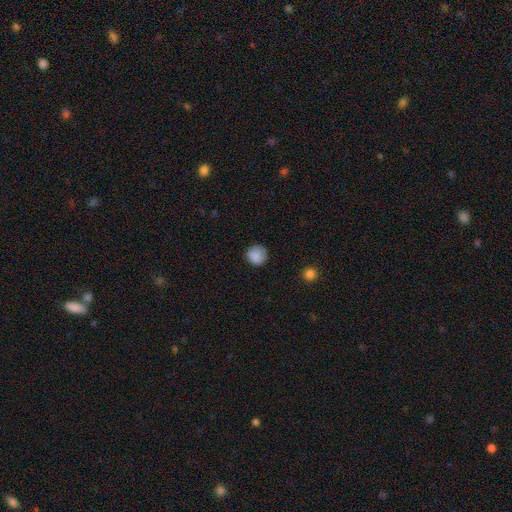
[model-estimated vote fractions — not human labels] Smooth or featured: smooth — 87% (star or artifact — 9%)
How rounded: round — 91% (in between — 8%)
Merging: none — 82% (minor disturbance — 14%)